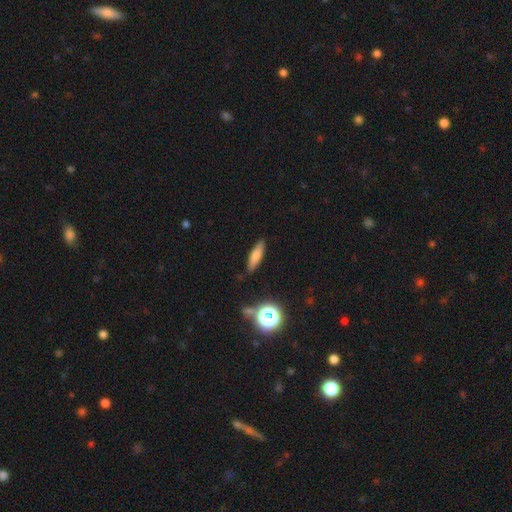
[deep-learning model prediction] A smooth galaxy with no disk features (71%) that is cigar-shaped (70%). Merging: none (86%).